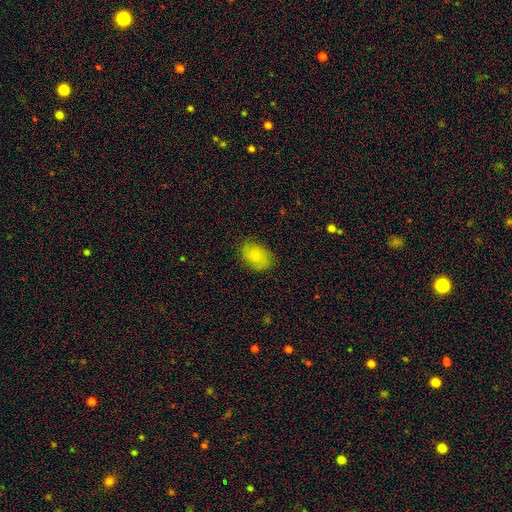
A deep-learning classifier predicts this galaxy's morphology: smooth_or_featured: smooth (p=0.83) [alt: featured or disk p=0.09]
how_rounded: in between (p=0.84) [alt: round p=0.14]
merging: none (p=0.80) [alt: minor disturbance p=0.15]